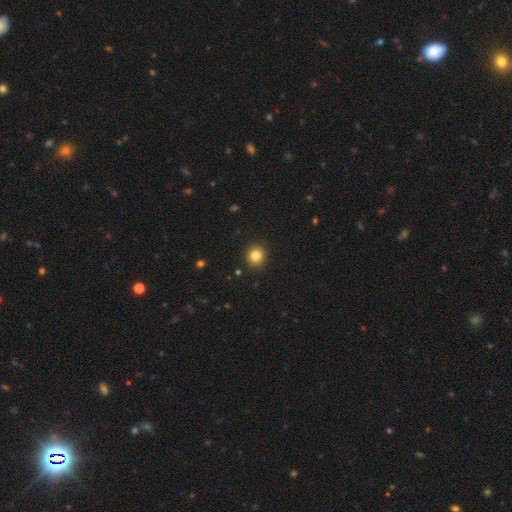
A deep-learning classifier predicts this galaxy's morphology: smooth 83%, star or artifact 11%, featured or disk 6%. Down the decision tree: how rounded — round (87%); merging — none (91%).